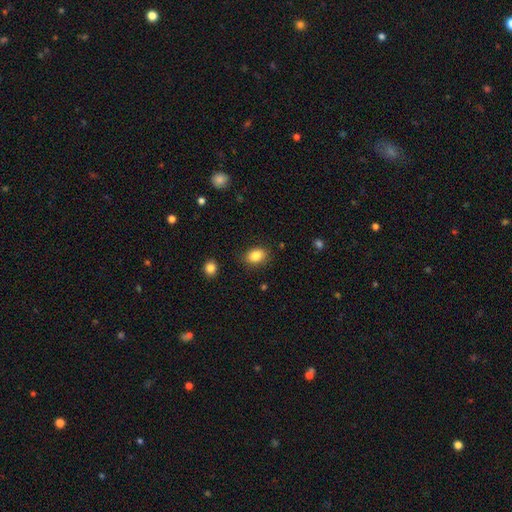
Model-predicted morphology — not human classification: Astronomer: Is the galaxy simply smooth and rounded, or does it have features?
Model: smooth — 85%.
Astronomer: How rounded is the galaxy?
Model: in between — 78%.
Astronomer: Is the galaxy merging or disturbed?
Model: none — 83%.